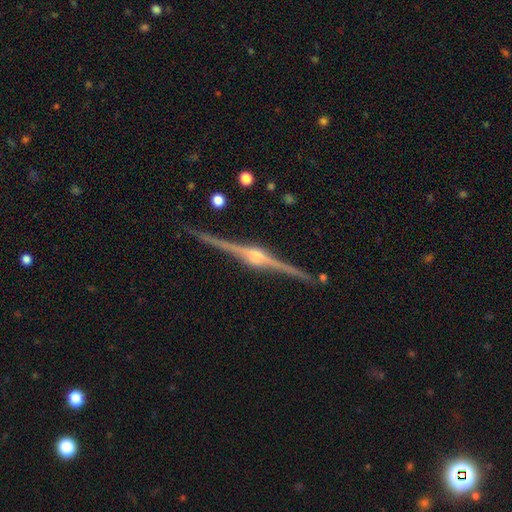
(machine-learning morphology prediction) A featured or disk galaxy (91%) viewed edge-on (99%) with a rounded central bulge (87%).

Vote fractions:
- Smooth or featured? featured or disk: 91% / star or artifact: 5% / smooth: 4%
- Edge-on disk? yes: 99% / no: 1%
- Edge-on bulge? rounded: 87% / boxy: 10% / none: 3%
- Merging? none: 91% / minor disturbance: 7% / major disturbance: 1% / merger: 1%